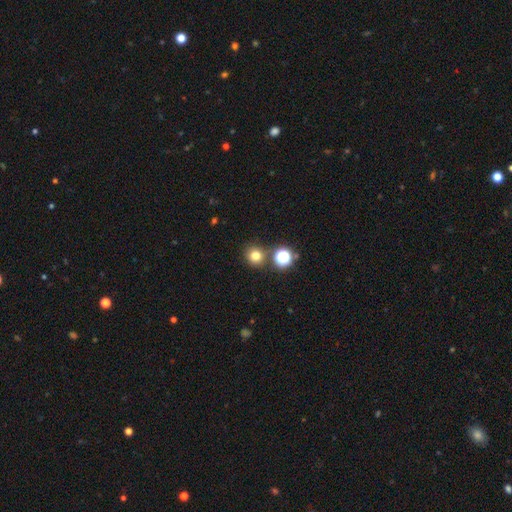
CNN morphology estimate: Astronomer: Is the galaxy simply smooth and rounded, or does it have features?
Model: smooth — 74%.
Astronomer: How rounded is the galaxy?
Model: round — 89%.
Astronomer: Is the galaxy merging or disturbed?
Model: none — 80%.